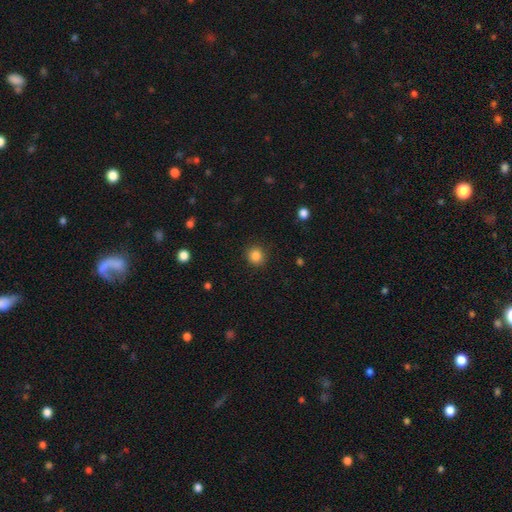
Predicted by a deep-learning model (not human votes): A smooth galaxy with no disk features (85%) that is round (89%). Merging: none (90%).